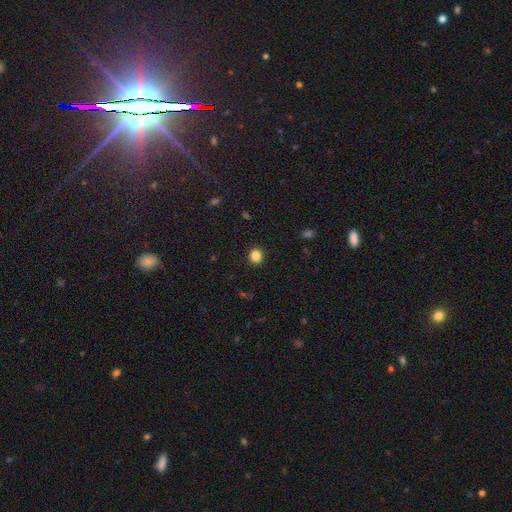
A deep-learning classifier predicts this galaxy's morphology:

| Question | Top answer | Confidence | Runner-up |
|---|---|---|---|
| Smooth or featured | smooth | 85% | star or artifact (11%) |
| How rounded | round | 71% | in between (28%) |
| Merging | none | 91% | minor disturbance (6%) |